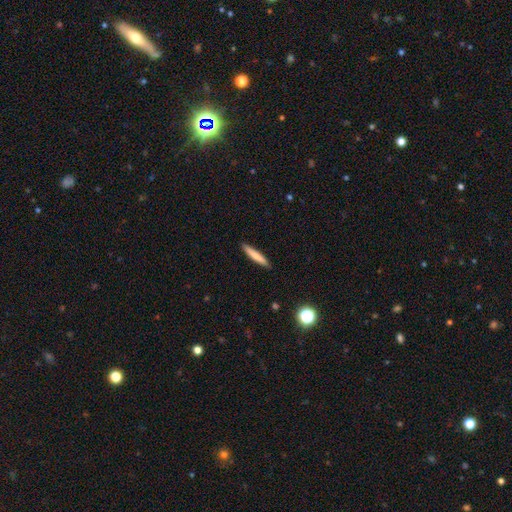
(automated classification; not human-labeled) The model was most divided on "smooth or featured": smooth: 77%, featured or disk: 17%, star or artifact: 6%. More confident: how rounded — cigar-shaped (93%); merging — none (90%).